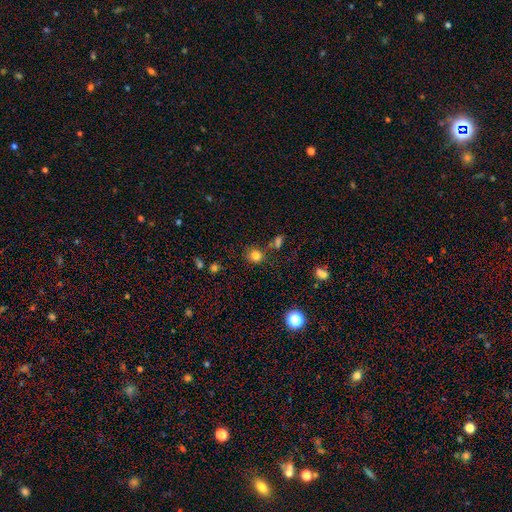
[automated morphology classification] Smooth or featured? Predicted: smooth (p=0.80). How rounded? Predicted: round (p=0.83). Merging? Predicted: none (p=0.75).